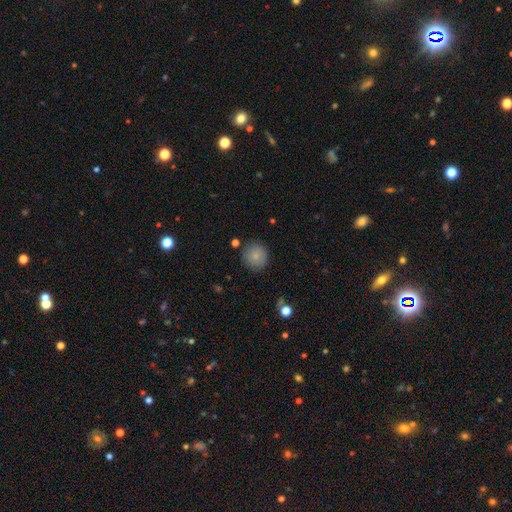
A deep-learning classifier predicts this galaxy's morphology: A smooth galaxy with no disk features (83%) that is round (93%).

Vote fractions:
- Smooth or featured? smooth: 83% / star or artifact: 9% / featured or disk: 7%
- How rounded? round: 93% / in between: 6% / cigar-shaped: 1%
- Merging? none: 86% / minor disturbance: 10% / major disturbance: 3% / merger: 2%